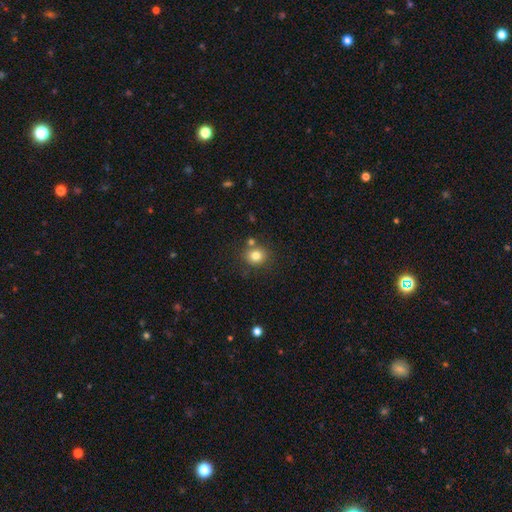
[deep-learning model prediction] Smooth or featured? smooth (80%)
How rounded? round (78%)
Merging? none (75%)